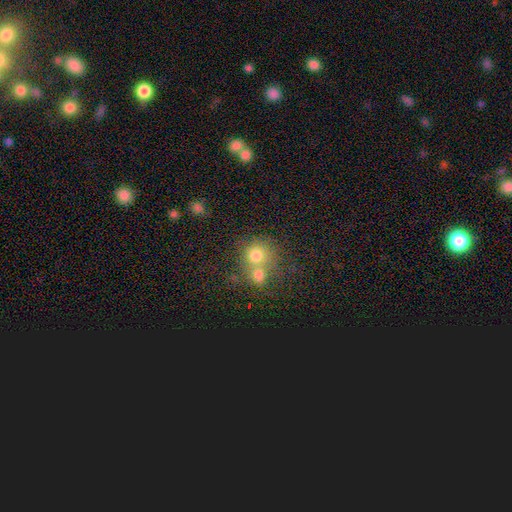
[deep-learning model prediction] Morphology: type=smooth (73%); roundness=round (82%); merging=merger (56%).